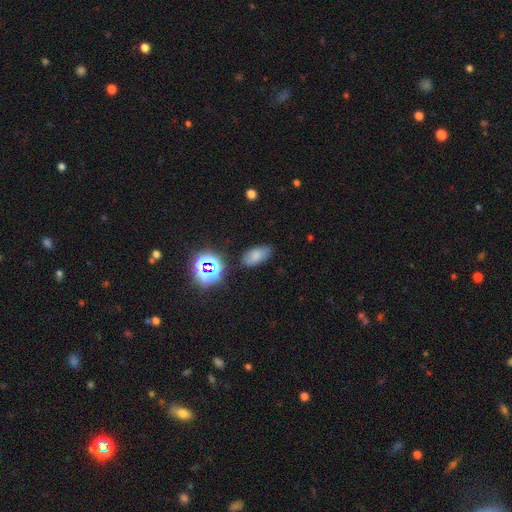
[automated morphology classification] This is likely a smooth galaxy (70%). How rounded: clearly in between (91%). Merging: likely none (78%).